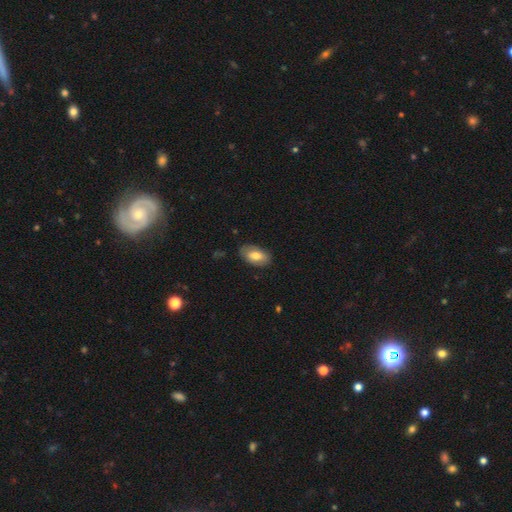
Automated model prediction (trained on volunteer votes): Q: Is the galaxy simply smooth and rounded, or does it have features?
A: smooth — 72%.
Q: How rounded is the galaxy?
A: in between — 93%.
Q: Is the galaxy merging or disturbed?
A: none — 80%.